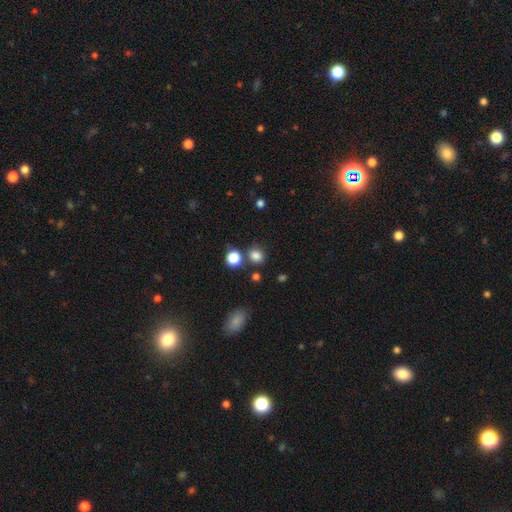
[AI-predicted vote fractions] Q: Smooth or featured?
A: smooth (81%); runner-up: star or artifact (14%)
Q: How rounded?
A: round (63%); runner-up: in between (36%)
Q: Merging?
A: none (74%); runner-up: minor disturbance (11%)